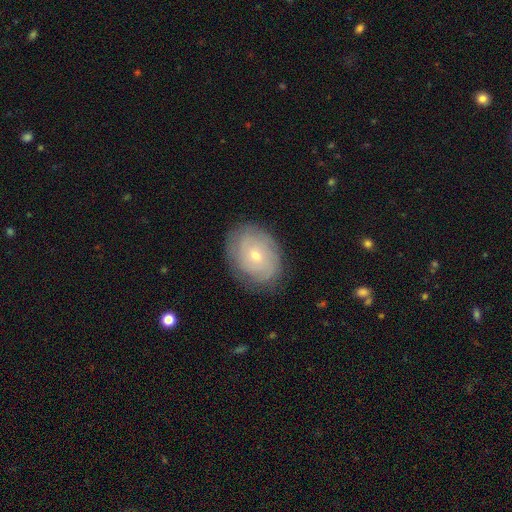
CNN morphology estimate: type=featured or disk (61%); edge-on=no (96%); bar=no (80%); spiral arms=yes (78%); bulge=small (69%); merging=none (80%).